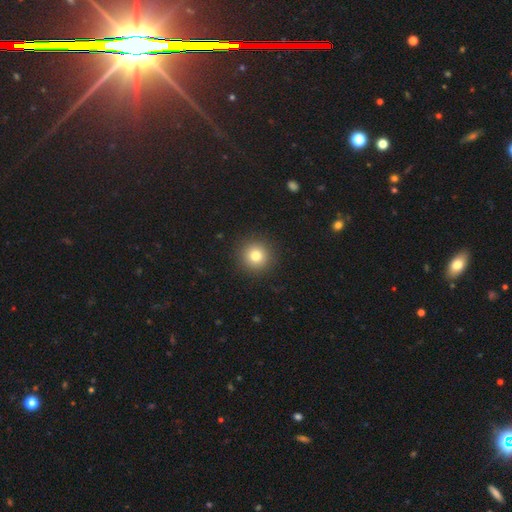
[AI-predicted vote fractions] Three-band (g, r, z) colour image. It shows a smooth galaxy with no disk features (79%) that is round (95%). Merging: none (92%).